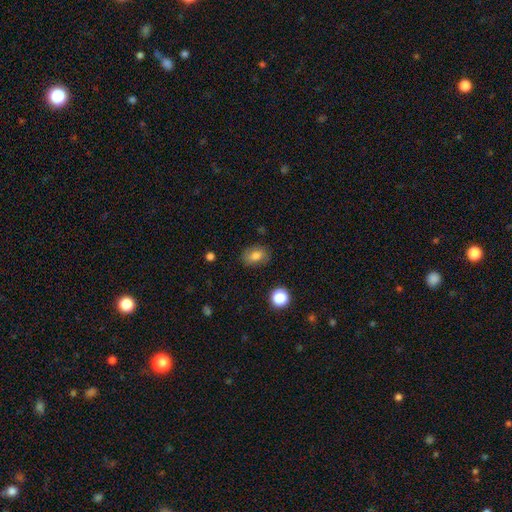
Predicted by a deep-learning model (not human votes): Smooth or featured? Predicted: smooth (p=0.80). How rounded? Predicted: in between (p=0.70). Merging? Predicted: none (p=0.80).